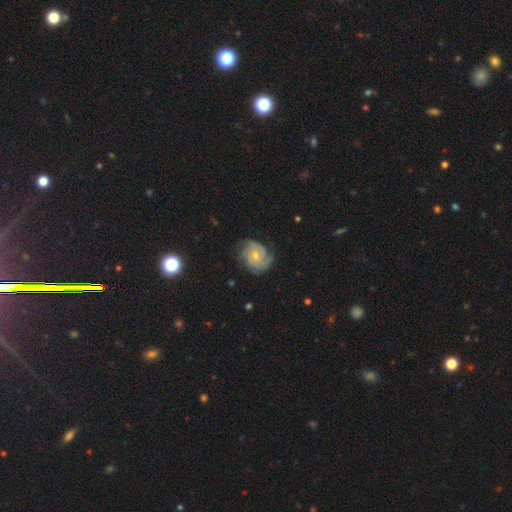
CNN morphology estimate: Smooth or featured? Predicted: featured or disk (p=0.83). Edge-on disk? Predicted: no (p=0.98). Bar? Predicted: no (p=0.68). Spiral arms? Predicted: yes (p=0.97). Spiral winding? Predicted: tight (p=0.62). Spiral arm count? Predicted: 3 (p=0.35). Bulge size? Predicted: small (p=0.61). Merging? Predicted: none (p=0.74).